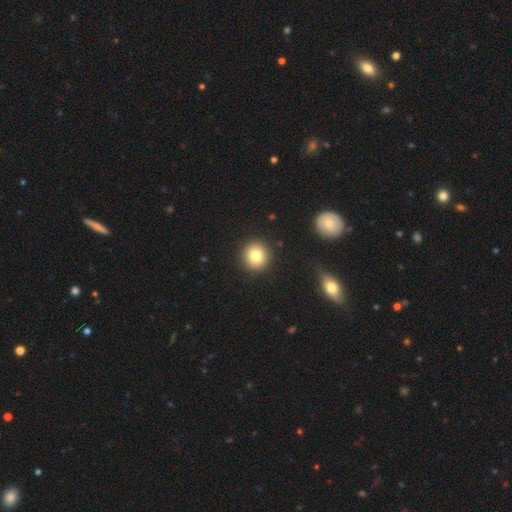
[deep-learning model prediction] Overall: smooth (81%). How rounded: round (92%). Merging: none (91%).